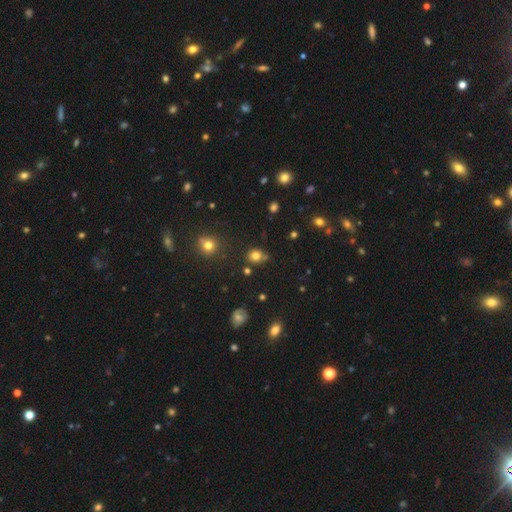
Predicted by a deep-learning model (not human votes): A smooth galaxy with no disk features (77%) that is round (71%). Merging: none (69%).